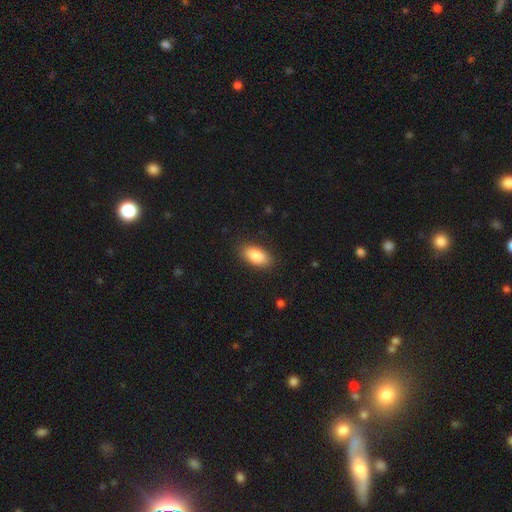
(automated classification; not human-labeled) This appears to be a smooth galaxy with no disk features (86%) that is in between round and cigar-shaped (91%). Merging: none (86%).